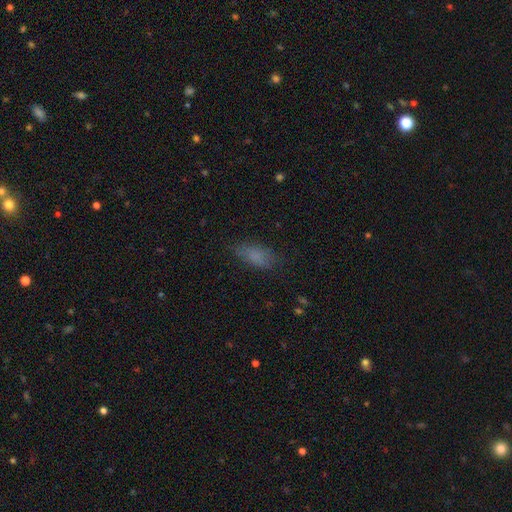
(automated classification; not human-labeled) smooth_or_featured: smooth (p=0.79) [alt: star or artifact p=0.11]
how_rounded: in between (p=0.81) [alt: cigar-shaped p=0.16]
merging: none (p=0.73) [alt: minor disturbance p=0.19]